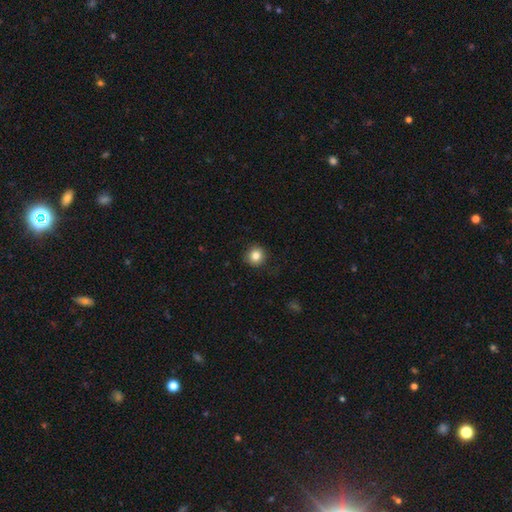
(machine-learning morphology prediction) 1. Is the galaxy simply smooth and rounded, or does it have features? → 83% smooth, 11% star or artifact, 7% featured or disk.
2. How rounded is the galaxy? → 93% round, 6% in between, 1% cigar-shaped.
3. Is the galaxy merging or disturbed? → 89% none, 8% minor disturbance, 2% major disturbance, 1% merger.